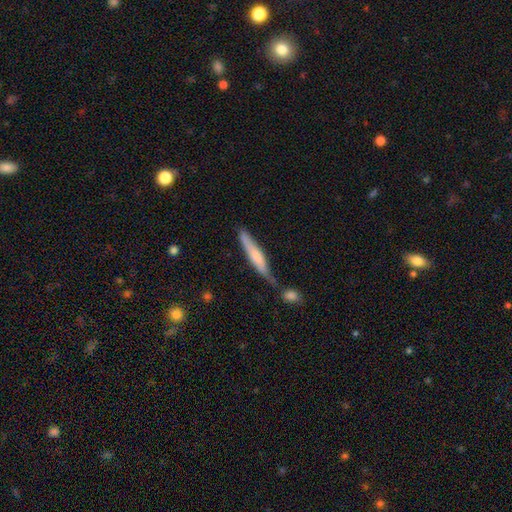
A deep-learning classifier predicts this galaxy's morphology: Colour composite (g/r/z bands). It shows a smooth galaxy with no disk features (58%) that is cigar-shaped (91%). Merging: none (59%).